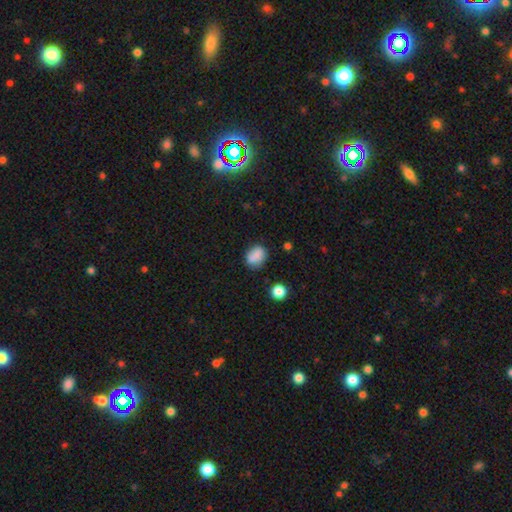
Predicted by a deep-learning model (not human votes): The model was most divided on "how rounded": in between: 61%, round: 37%, cigar-shaped: 2%. More confident: smooth or featured — smooth (79%); merging — none (63%).